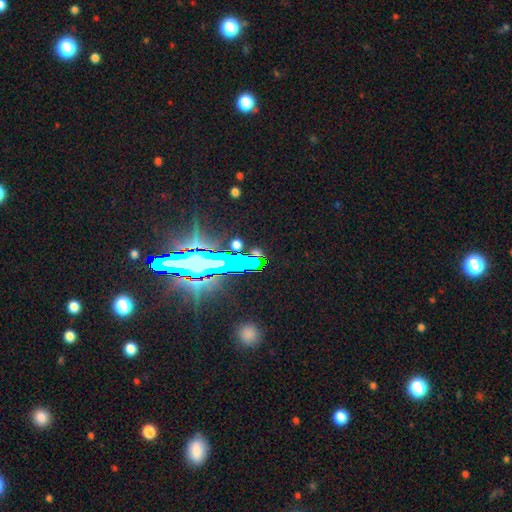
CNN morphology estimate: Overall: star or artifact (70%).